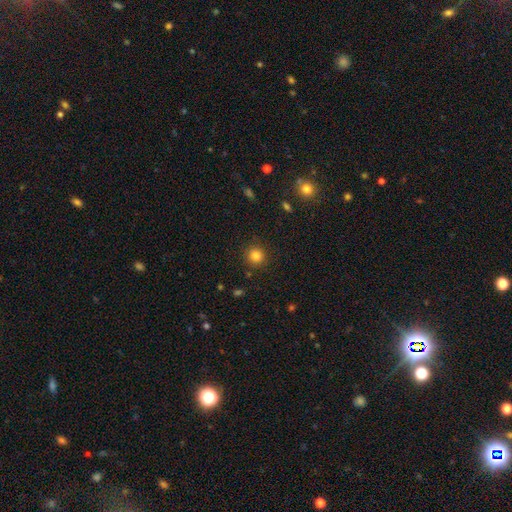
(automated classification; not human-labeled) smooth_or_featured: smooth (p=0.83) [alt: star or artifact p=0.12]
how_rounded: round (p=0.93) [alt: in between p=0.06]
merging: none (p=0.90) [alt: minor disturbance p=0.06]